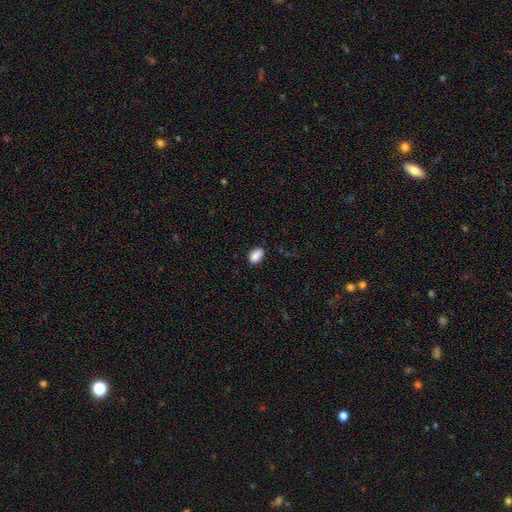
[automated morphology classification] smooth 87%, star or artifact 8%, featured or disk 4%. Down the decision tree: how rounded — in between (88%); merging — none (77%).